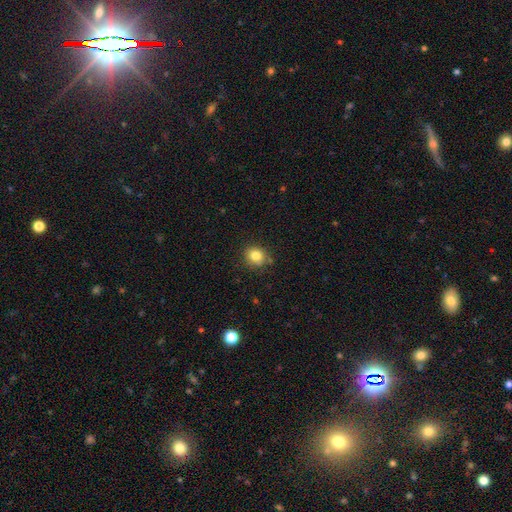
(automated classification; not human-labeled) A smooth galaxy with no disk features (81%) that is round (80%).

Vote fractions:
- Smooth or featured? smooth: 81% / star or artifact: 12% / featured or disk: 7%
- How rounded? round: 80% / in between: 19% / cigar-shaped: 1%
- Merging? none: 82% / minor disturbance: 12% / merger: 3% / major disturbance: 3%